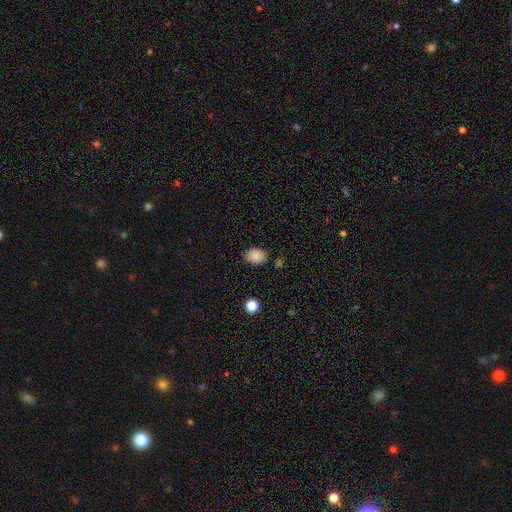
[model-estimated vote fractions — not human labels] A smooth galaxy with no disk features (86%) that is in between round and cigar-shaped (64%). Merging: none (84%).